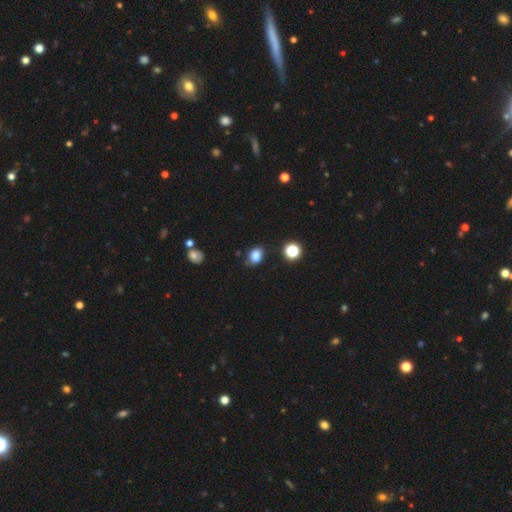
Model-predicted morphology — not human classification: The model was most divided on "how rounded": in between: 66%, round: 33%, cigar-shaped: 1%. More confident: smooth or featured — smooth (83%); merging — none (72%).